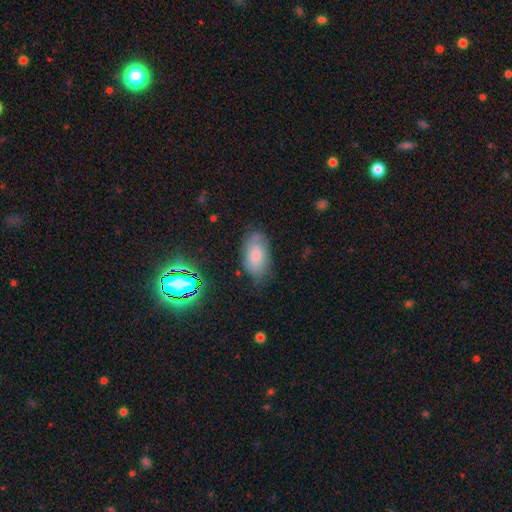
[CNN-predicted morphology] type=smooth (60%); roundness=in between (92%); merging=none (67%).